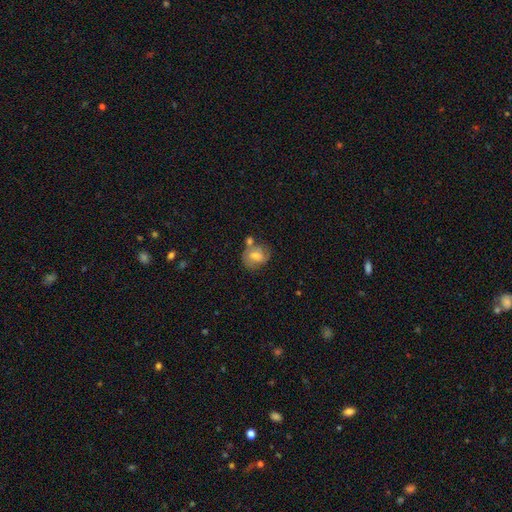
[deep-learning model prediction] Overall: smooth (53%; featured or disk 39%). How rounded: round (62%; in between 37%). Merging: none (50%; merger 21%).